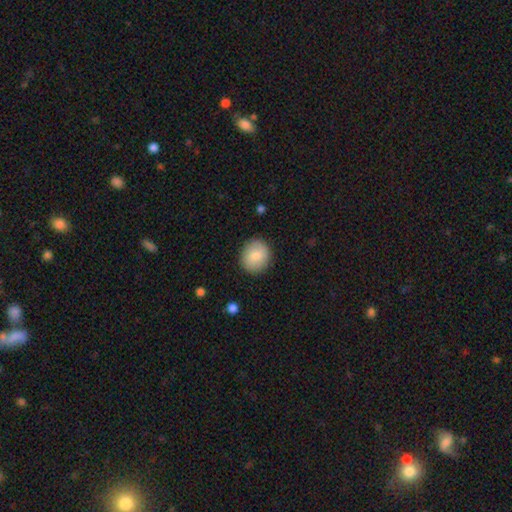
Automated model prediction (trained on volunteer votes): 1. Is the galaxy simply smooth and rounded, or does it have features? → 81% smooth, 11% featured or disk, 7% star or artifact.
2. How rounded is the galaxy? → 82% round, 17% in between, 1% cigar-shaped.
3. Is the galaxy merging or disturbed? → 89% none, 8% minor disturbance, 2% major disturbance, 1% merger.